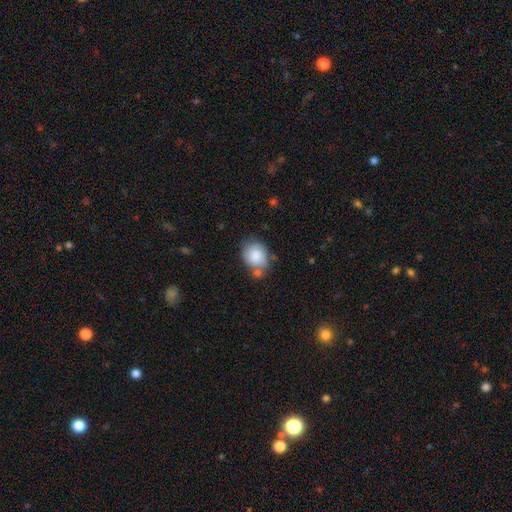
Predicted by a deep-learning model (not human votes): The model was most divided on "how rounded": round: 54%, in between: 45%, cigar-shaped: 1%. More confident: smooth or featured — smooth (79%); merging — none (54%).